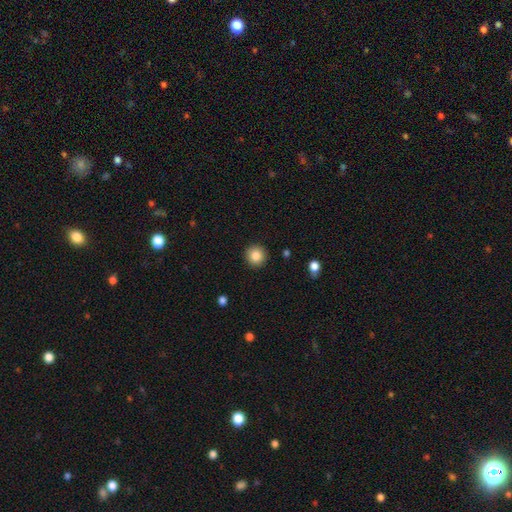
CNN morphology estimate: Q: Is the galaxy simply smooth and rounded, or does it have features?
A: smooth — 85%.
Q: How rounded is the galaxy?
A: round — 94%.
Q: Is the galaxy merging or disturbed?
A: none — 92%.